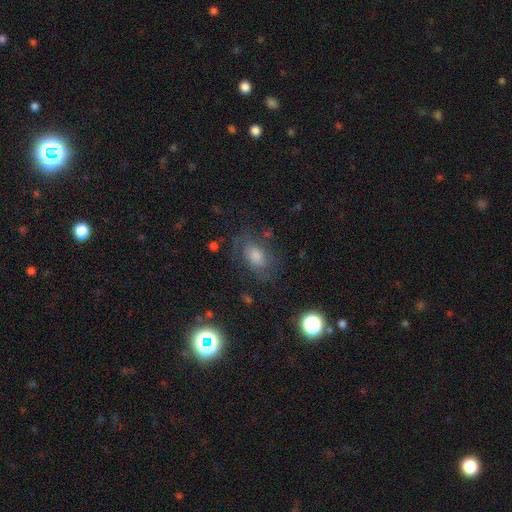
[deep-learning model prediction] smooth 44%, featured or disk 35%, star or artifact 21%. Down the decision tree: merging — none (70%).